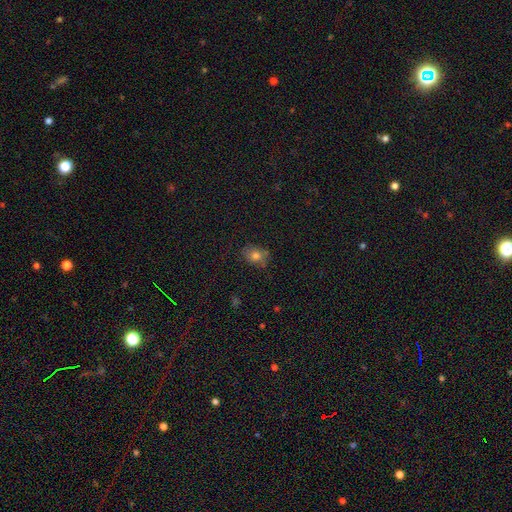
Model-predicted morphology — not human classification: A smooth galaxy with no disk features (77%) that is in between round and cigar-shaped (61%). Merging: none (71%).